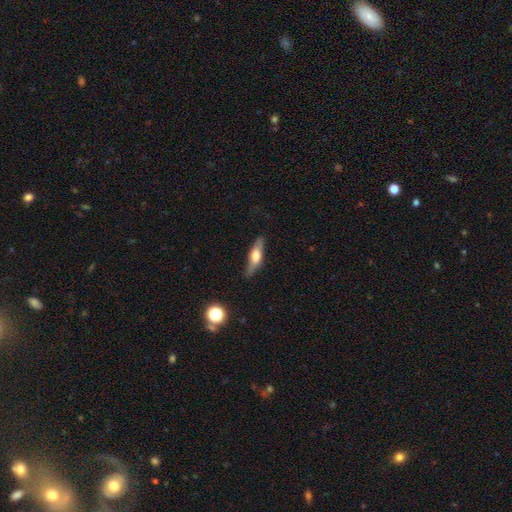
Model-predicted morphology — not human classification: type=featured or disk (48%); merging=none (83%).